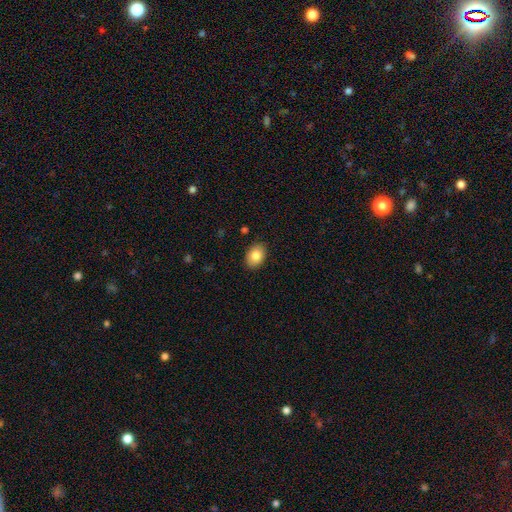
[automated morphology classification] Q: Smooth or featured?
A: smooth (84%); runner-up: featured or disk (8%)
Q: How rounded?
A: in between (78%); runner-up: round (21%)
Q: Merging?
A: none (87%); runner-up: minor disturbance (10%)